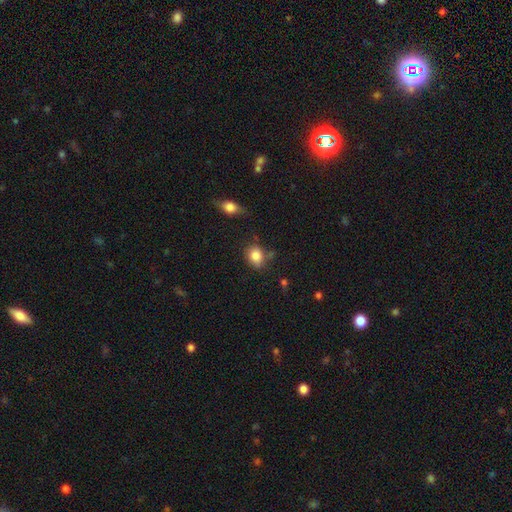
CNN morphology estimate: Overall: smooth (84%). How rounded: in between (51%; round 48%). Merging: none (67%).